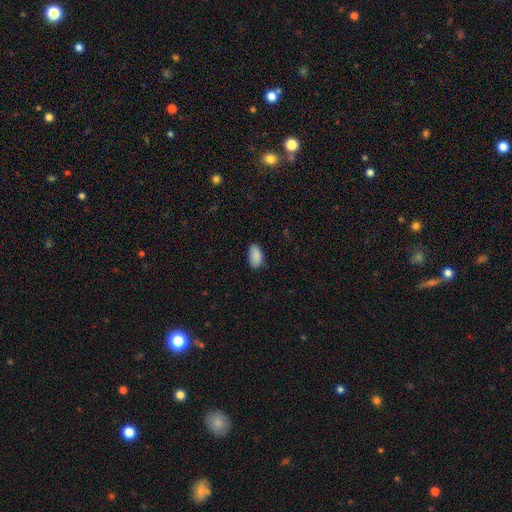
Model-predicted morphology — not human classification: Smooth or featured?
  - smooth: 89% *
  - star or artifact: 7%
  - featured or disk: 3%
How rounded?
  - in between: 94% *
  - round: 4%
  - cigar-shaped: 2%
Merging?
  - none: 81% *
  - minor disturbance: 15%
  - major disturbance: 3%
  - merger: 1%